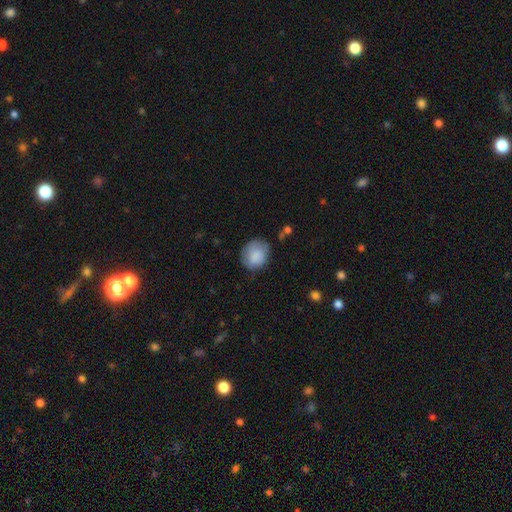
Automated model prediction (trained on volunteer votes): This appears to be a smooth galaxy with no disk features (79%) that is round (70%). Merging: none (62%).